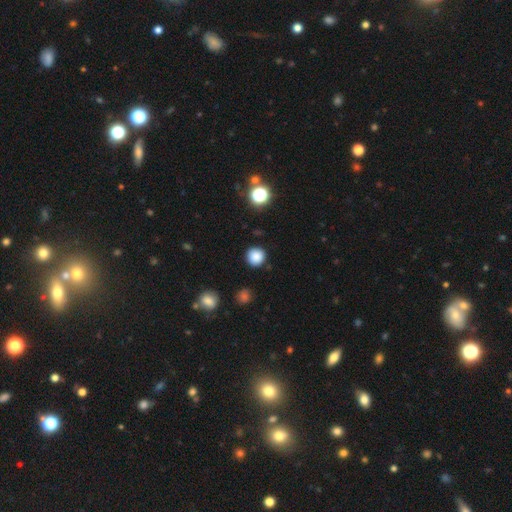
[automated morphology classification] This is clearly a smooth galaxy (84%). How rounded: clearly round (94%). Merging: clearly none (89%).